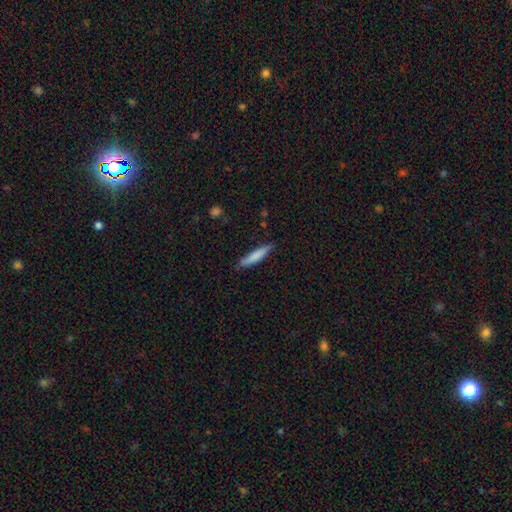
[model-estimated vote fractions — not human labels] The model was most divided on "merging": none: 79%, minor disturbance: 16%, major disturbance: 2%, merger: 2%. More confident: how rounded — cigar-shaped (87%); smooth or featured — smooth (80%).